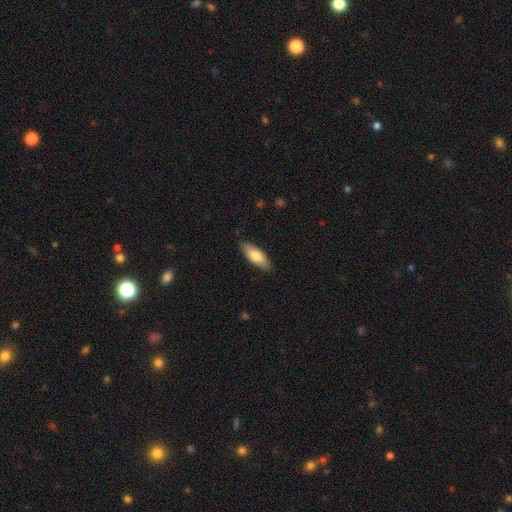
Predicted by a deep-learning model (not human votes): This appears to be a smooth galaxy with no disk features (75%) that is in between round and cigar-shaped (72%). Merging: none (85%).